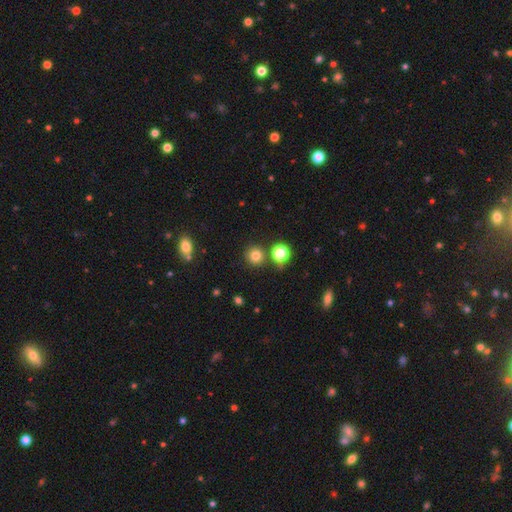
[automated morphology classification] A smooth galaxy with no disk features (78%) that is round (92%).

Vote fractions:
- Smooth or featured? smooth: 78% / star or artifact: 16% / featured or disk: 6%
- How rounded? round: 92% / in between: 7% / cigar-shaped: 1%
- Merging? none: 82% / minor disturbance: 8% / merger: 8% / major disturbance: 3%